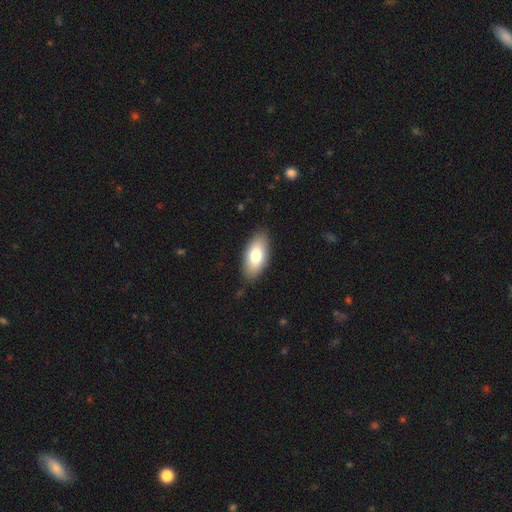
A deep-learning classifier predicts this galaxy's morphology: This appears to be a smooth galaxy with no disk features (77%) that is in between round and cigar-shaped (91%). Merging: none (86%).